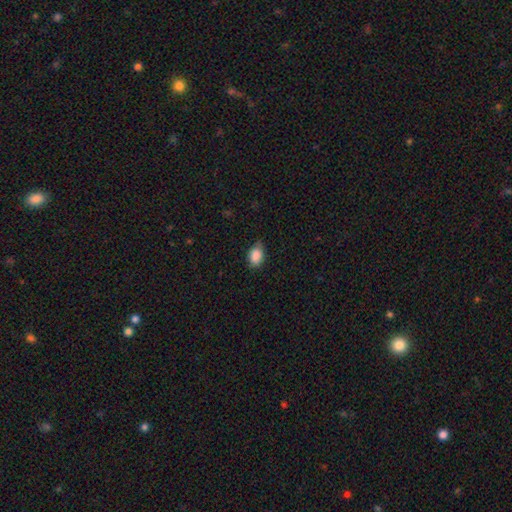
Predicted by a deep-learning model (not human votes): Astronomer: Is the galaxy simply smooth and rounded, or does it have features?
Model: smooth — 88%.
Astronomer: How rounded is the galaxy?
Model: in between — 81%.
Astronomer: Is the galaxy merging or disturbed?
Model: none — 70%.